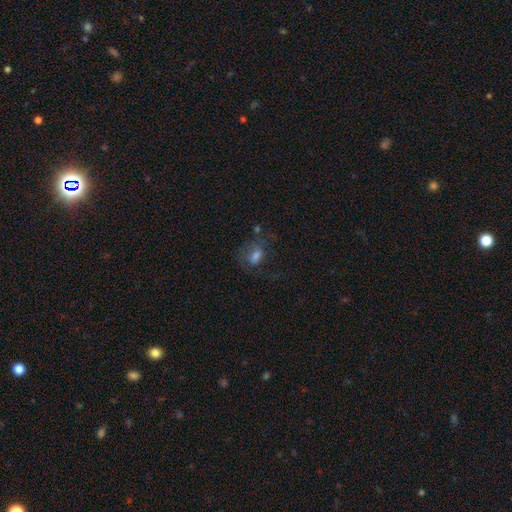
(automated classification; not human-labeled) Q: Smooth or featured?
A: smooth (55%); runner-up: featured or disk (27%)
Q: How rounded?
A: in between (69%); runner-up: round (28%)
Q: Merging?
A: none (47%); runner-up: major disturbance (27%)